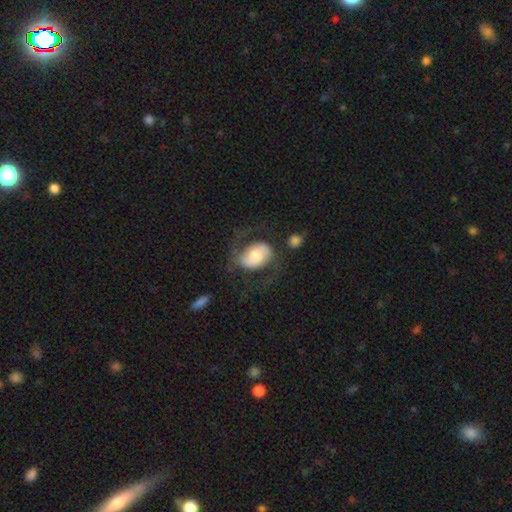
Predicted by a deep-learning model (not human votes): Morphology: type=featured or disk (58%); edge-on=no (96%); bar=no (48%); spiral arms=yes (76%); bulge=moderate (64%); merging=none (60%).